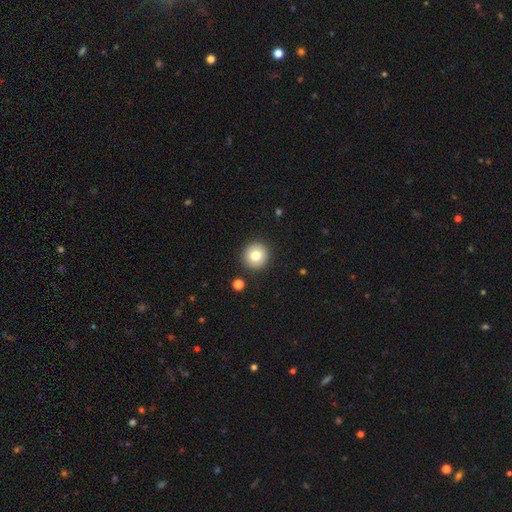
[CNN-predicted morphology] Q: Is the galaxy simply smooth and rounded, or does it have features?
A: smooth — 78%.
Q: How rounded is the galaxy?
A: round — 94%.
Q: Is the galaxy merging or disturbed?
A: none — 91%.